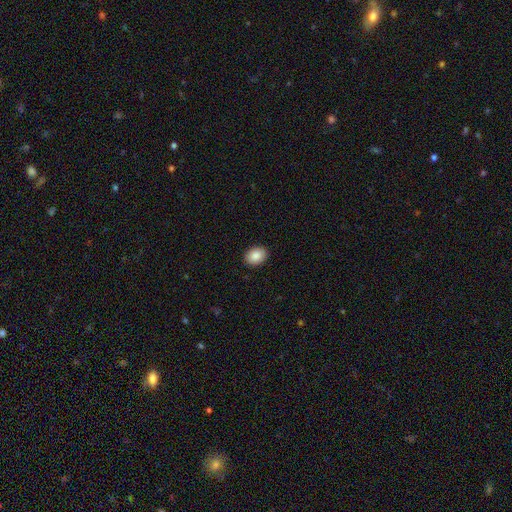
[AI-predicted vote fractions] Overall: smooth (88%). How rounded: in between (71%). Merging: none (91%).